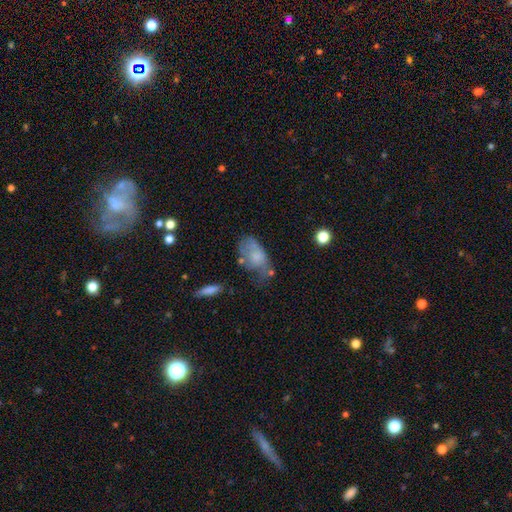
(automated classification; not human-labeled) Q: Smooth or featured?
A: smooth (62%); runner-up: featured or disk (29%)
Q: How rounded?
A: in between (89%); runner-up: round (7%)
Q: Merging?
A: minor disturbance (31%); tied with: none (31%)